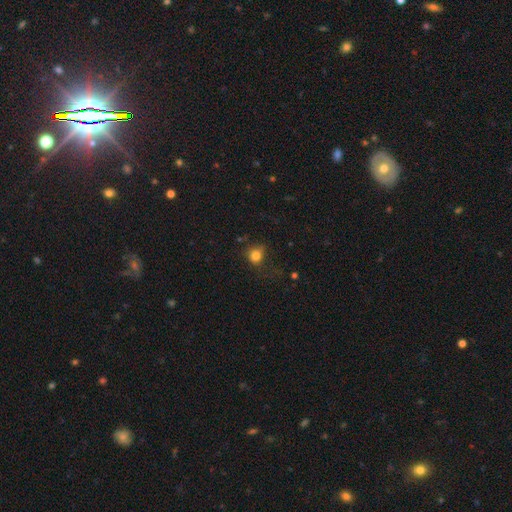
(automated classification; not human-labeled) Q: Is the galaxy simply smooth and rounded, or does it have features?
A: smooth — 80%.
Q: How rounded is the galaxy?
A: round — 79%.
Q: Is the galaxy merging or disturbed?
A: none — 63%.